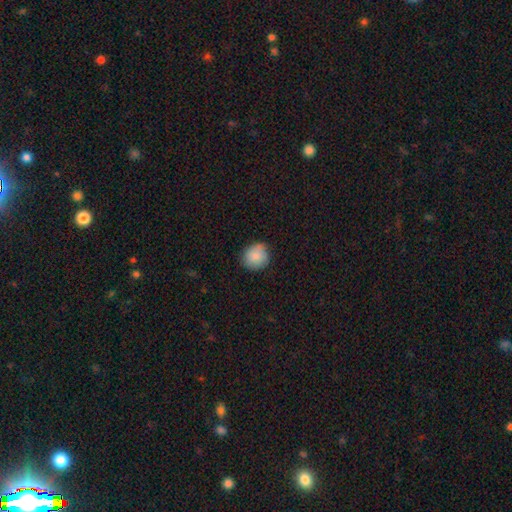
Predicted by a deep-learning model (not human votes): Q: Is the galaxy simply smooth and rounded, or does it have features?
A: smooth — 86%.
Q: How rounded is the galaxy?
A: round — 85%.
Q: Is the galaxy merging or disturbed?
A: none — 76%.